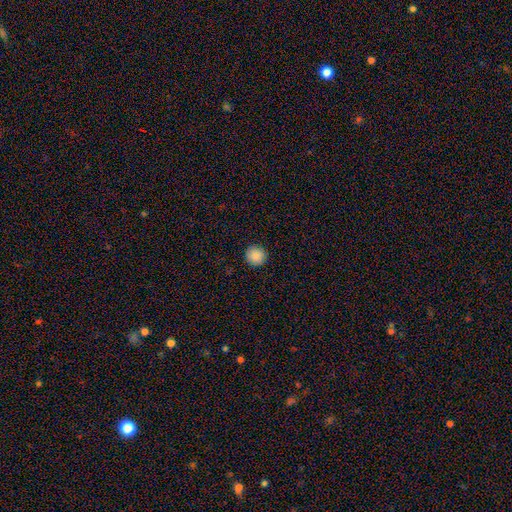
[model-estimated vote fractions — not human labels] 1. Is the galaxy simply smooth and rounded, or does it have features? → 89% smooth, 9% star or artifact, 3% featured or disk.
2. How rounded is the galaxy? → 94% round, 5% in between, 1% cigar-shaped.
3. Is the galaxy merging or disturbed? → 93% none, 5% minor disturbance, 2% major disturbance, 1% merger.